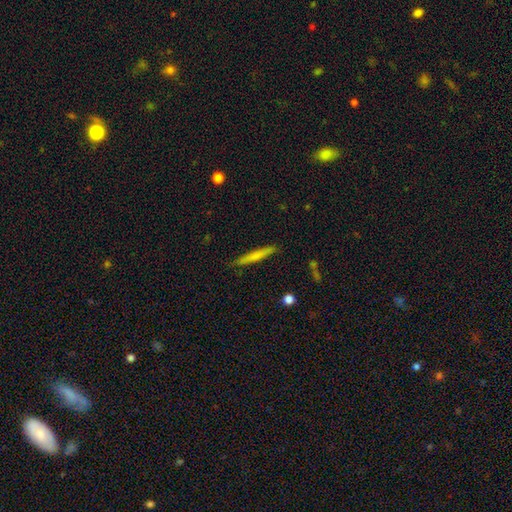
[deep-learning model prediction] smooth 67%, featured or disk 27%, star or artifact 6%. Down the decision tree: how rounded — cigar-shaped (95%); merging — none (88%).